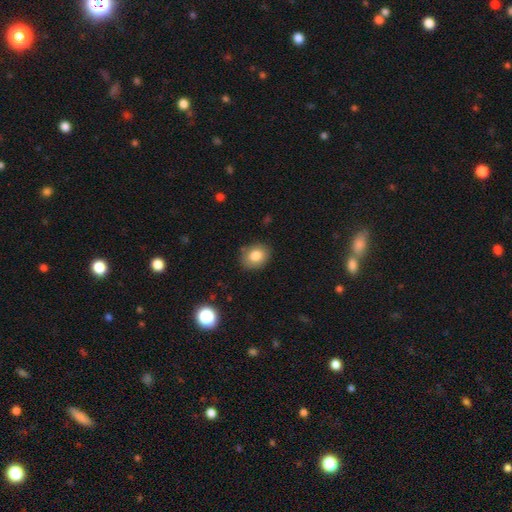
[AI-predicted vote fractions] Smooth or featured? smooth (82%)
How rounded? round (50%)
Merging? none (83%)